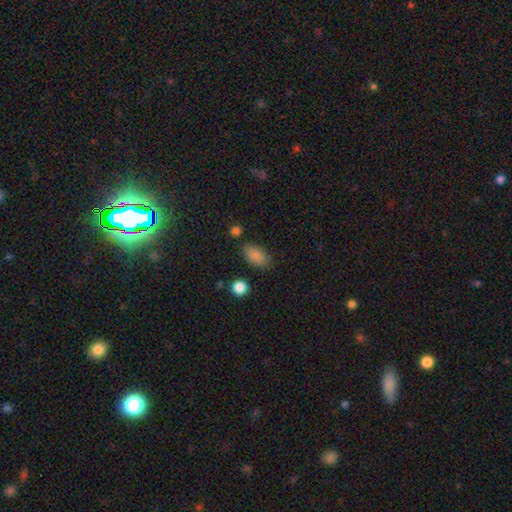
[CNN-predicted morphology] smooth 85%, star or artifact 9%, featured or disk 6%. Down the decision tree: how rounded — in between (90%); merging — none (77%).